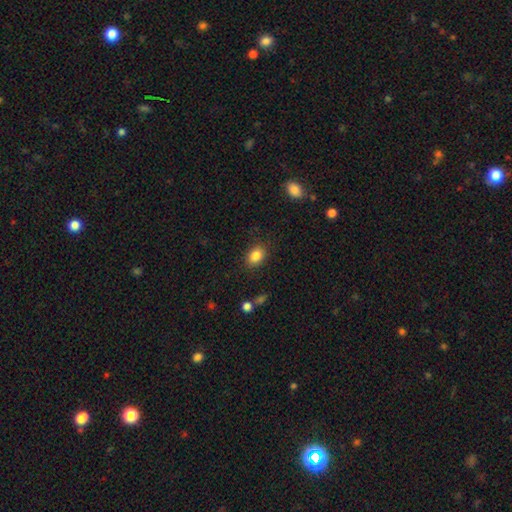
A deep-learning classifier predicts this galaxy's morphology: The model was most divided on "how rounded": in between: 68%, round: 31%, cigar-shaped: 1%. More confident: smooth or featured — smooth (85%); merging — none (85%).